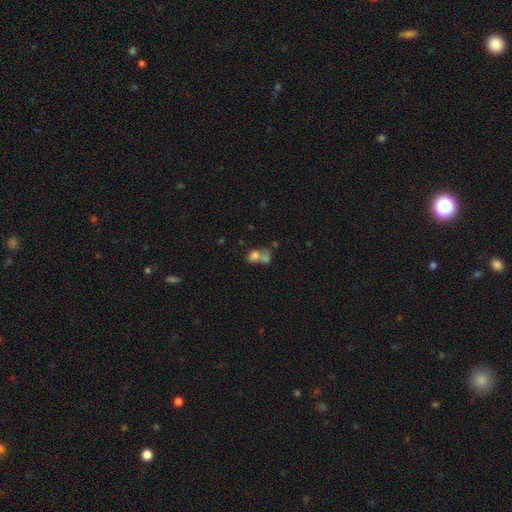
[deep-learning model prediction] Smooth or featured: smooth — 71% (featured or disk — 16%)
How rounded: in between — 61% (round — 38%)
Merging: merger — 66% (none — 21%)